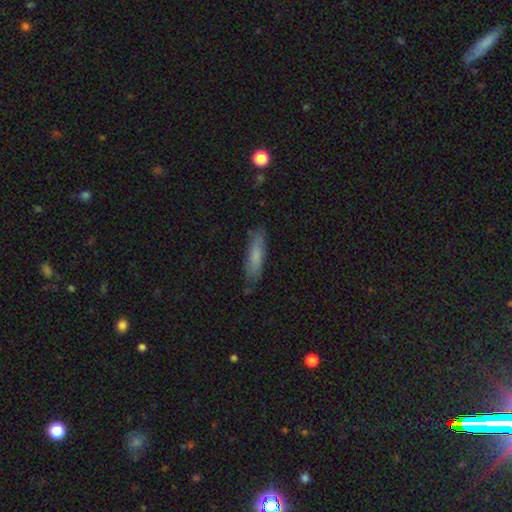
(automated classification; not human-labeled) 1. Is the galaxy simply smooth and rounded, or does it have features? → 76% smooth, 18% featured or disk, 6% star or artifact.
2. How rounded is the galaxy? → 73% cigar-shaped, 25% in between, 2% round.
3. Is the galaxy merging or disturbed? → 82% none, 14% minor disturbance, 3% major disturbance, 2% merger.